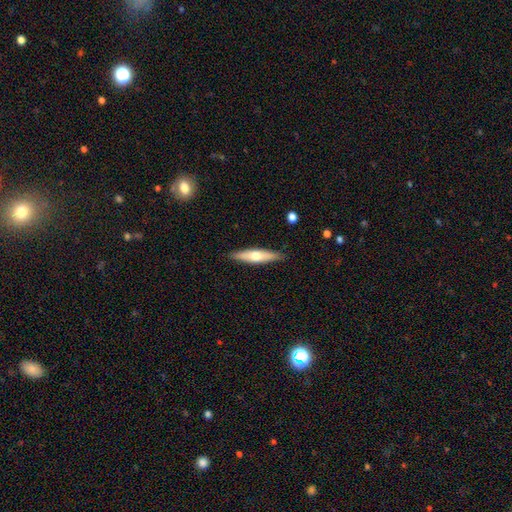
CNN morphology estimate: smooth_or_featured: smooth (p=0.49) [alt: featured or disk p=0.46]
merging: none (p=0.87) [alt: minor disturbance p=0.09]